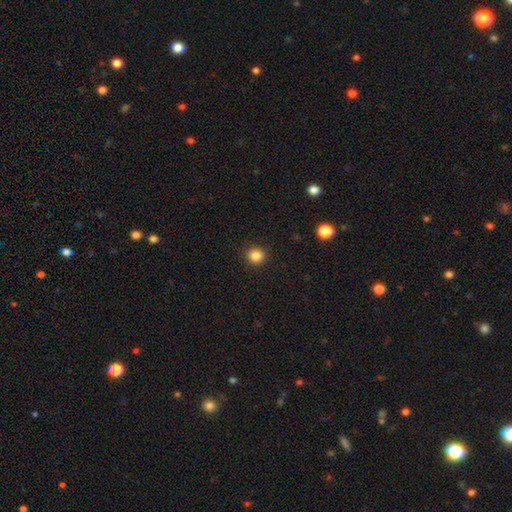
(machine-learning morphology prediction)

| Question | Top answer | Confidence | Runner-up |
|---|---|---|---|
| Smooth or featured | smooth | 86% | star or artifact (11%) |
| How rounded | round | 88% | in between (11%) |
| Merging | none | 91% | minor disturbance (6%) |